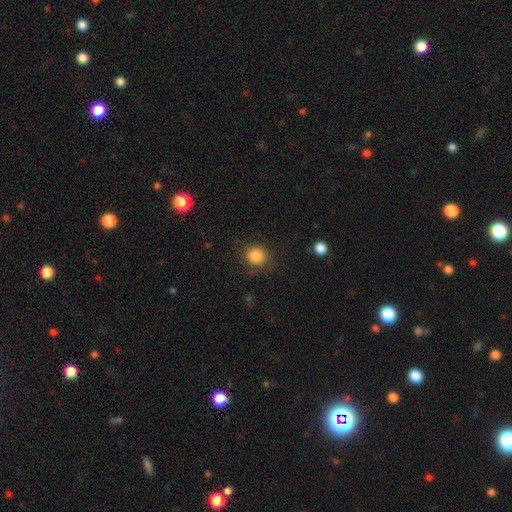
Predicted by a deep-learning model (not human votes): Smooth or featured? smooth (85%)
How rounded? round (82%)
Merging? none (79%)